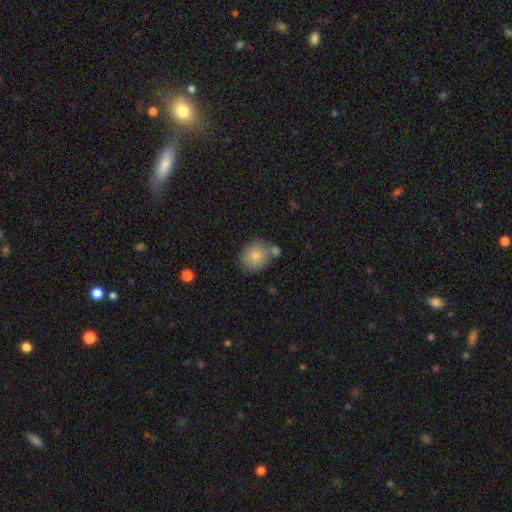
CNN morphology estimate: This is likely a smooth galaxy (77%). How rounded: likely round (75%). Merging: likely none (68%).